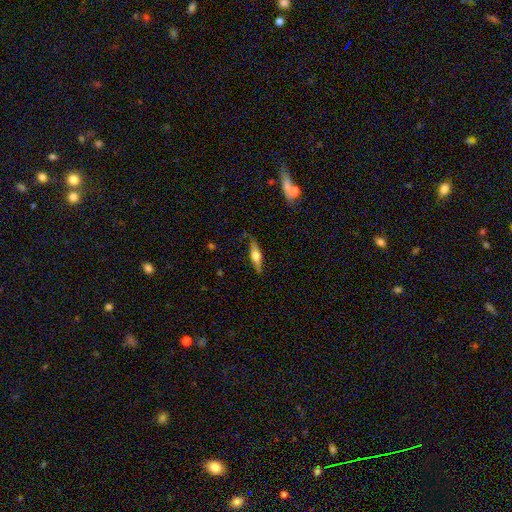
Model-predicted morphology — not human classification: A smooth galaxy with no disk features (51%) that is cigar-shaped (56%). Merging: none (74%).